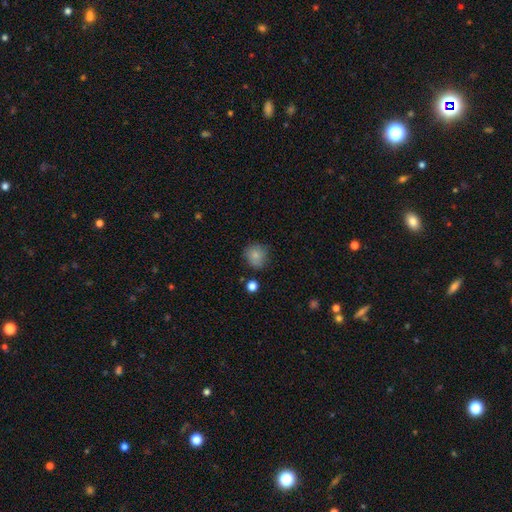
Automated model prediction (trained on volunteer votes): Overall: smooth (83%). How rounded: round (85%). Merging: none (75%).